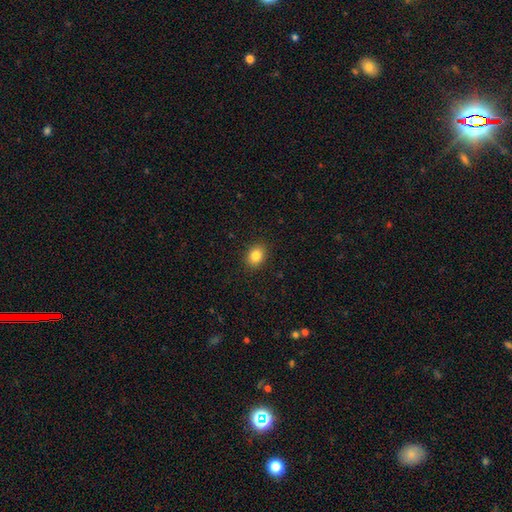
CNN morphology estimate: Overall: smooth (84%). How rounded: in between (58%; round 41%). Merging: none (90%).